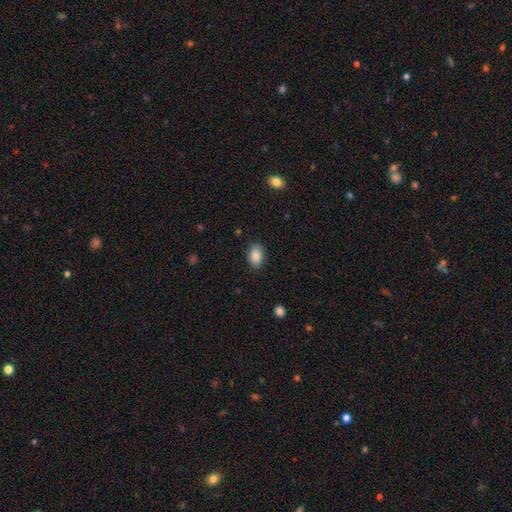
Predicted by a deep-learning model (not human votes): Smooth or featured?
  - smooth: 87% *
  - star or artifact: 7%
  - featured or disk: 6%
How rounded?
  - in between: 87% *
  - round: 11%
  - cigar-shaped: 1%
Merging?
  - none: 85% *
  - minor disturbance: 11%
  - major disturbance: 3%
  - merger: 1%